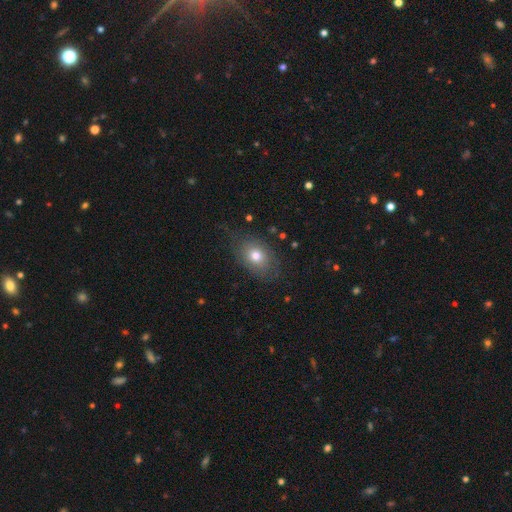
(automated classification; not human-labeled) smooth 72%, featured or disk 18%, star or artifact 10%. Down the decision tree: how rounded — in between (74%); merging — none (72%).